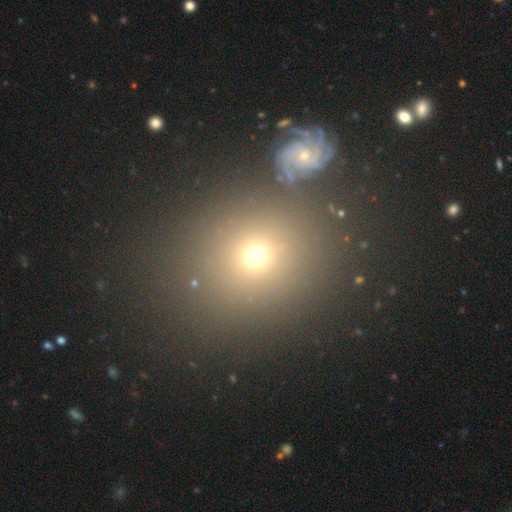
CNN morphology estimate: type=smooth (64%); roundness=round (77%); merging=none (77%).